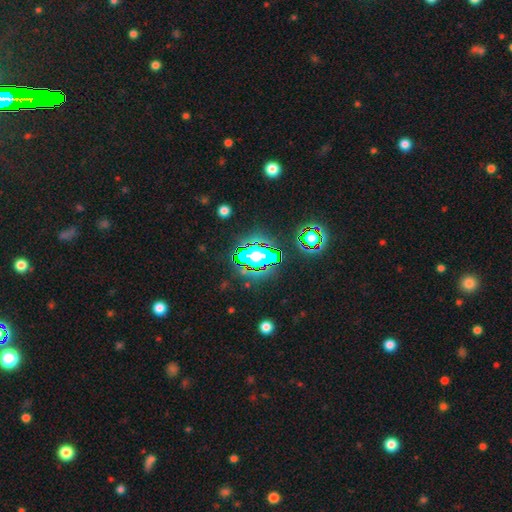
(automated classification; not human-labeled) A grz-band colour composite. It shows a star or artifact, not a galaxy (60%).